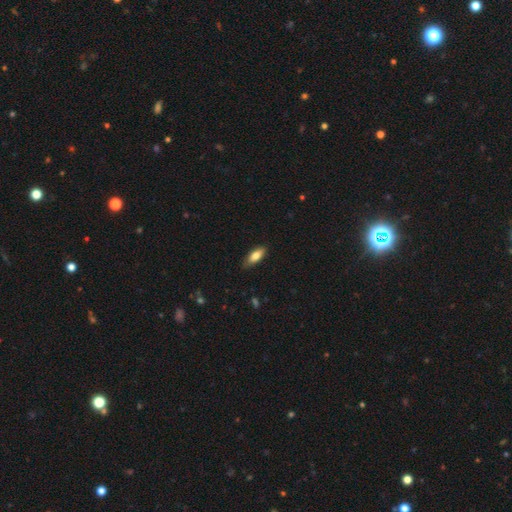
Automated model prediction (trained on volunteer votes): Smooth or featured? smooth (80%)
How rounded? in between (77%)
Merging? none (81%)